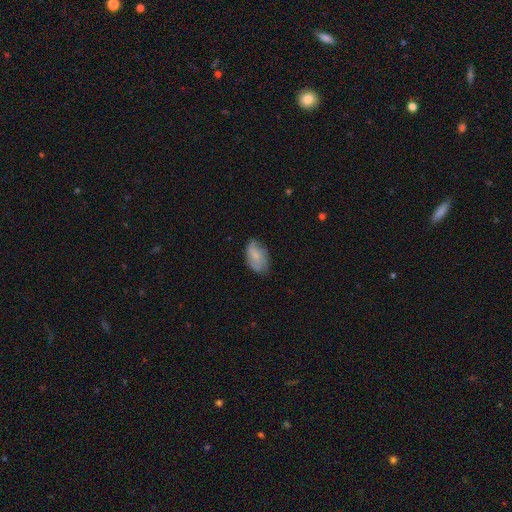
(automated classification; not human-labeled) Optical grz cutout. It shows a smooth galaxy with no disk features (59%) that is in between round and cigar-shaped (91%). Merging: none (64%).